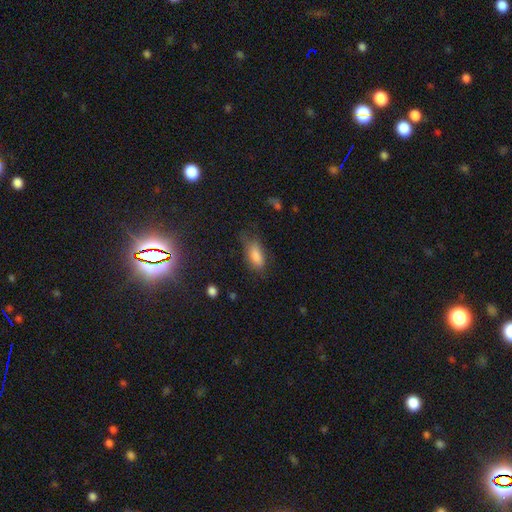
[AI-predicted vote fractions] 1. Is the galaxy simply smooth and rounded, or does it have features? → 81% smooth, 9% featured or disk, 9% star or artifact.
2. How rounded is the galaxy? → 85% in between, 12% cigar-shaped, 3% round.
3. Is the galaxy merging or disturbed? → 59% none, 29% minor disturbance, 11% major disturbance, 2% merger.